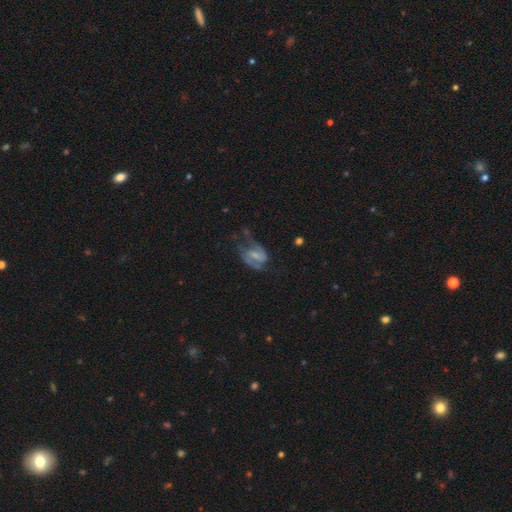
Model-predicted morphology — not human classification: A featured or disk galaxy (77%) with a weak bar (49%), 2 (82%) medium (50%) spiral arms (89%) and a small central bulge (41%).

Vote fractions:
- Smooth or featured? featured or disk: 77% / smooth: 16% / star or artifact: 7%
- Edge-on disk? no: 97% / yes: 3%
- Bar? weak: 49% / strong: 25% / no: 25%
- Spiral arms? yes: 89% / no: 11%
- Spiral winding? medium: 50% / loose: 30% / tight: 20%
- Spiral arm count? 2: 82% / can't tell: 8% / 1: 6% / 3: 2% / 4: 1% / more than 4: 1%
- Bulge size? small: 41% / moderate: 29% / none: 23% / large: 5% / dominant: 1%
- Merging? none: 46% / major disturbance: 26% / minor disturbance: 24% / merger: 3%